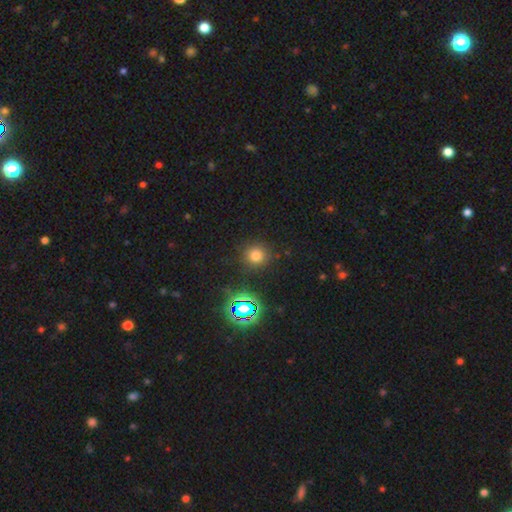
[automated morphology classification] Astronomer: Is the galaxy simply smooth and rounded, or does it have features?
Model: smooth — 71%.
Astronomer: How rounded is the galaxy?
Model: round — 92%.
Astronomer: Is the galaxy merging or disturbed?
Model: none — 87%.